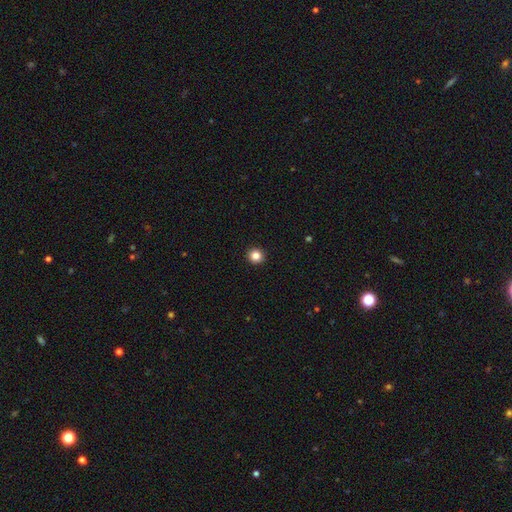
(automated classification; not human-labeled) This appears to be a smooth galaxy with no disk features (84%) that is round (94%). Merging: none (94%).